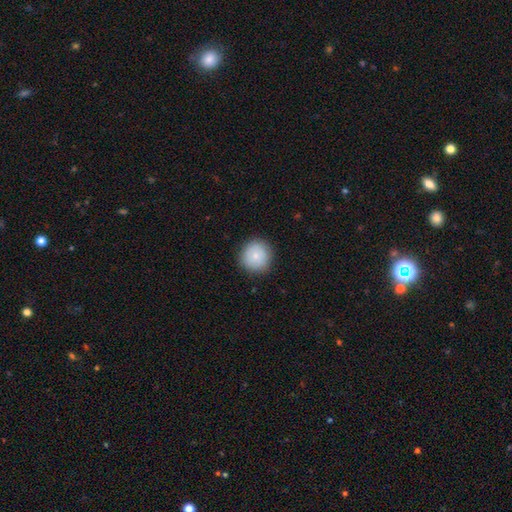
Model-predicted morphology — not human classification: Overall: smooth (82%). How rounded: round (94%). Merging: none (89%).